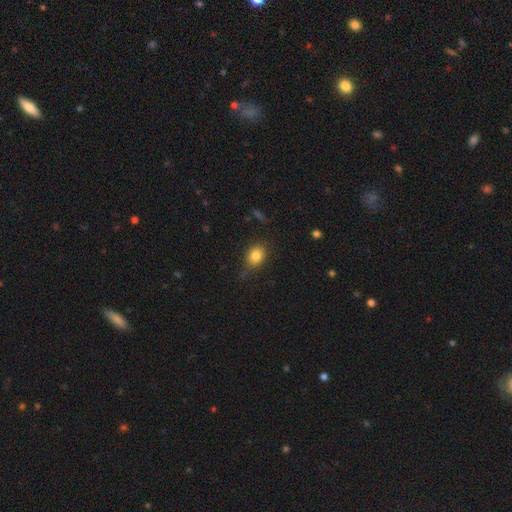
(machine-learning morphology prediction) smooth-or-featured: smooth: 82% | star or artifact: 10% | featured or disk: 8%
  how-rounded: in between: 54% | round: 44% | cigar-shaped: 1%
  merging: none: 74% | minor disturbance: 19% | major disturbance: 5% | merger: 2%